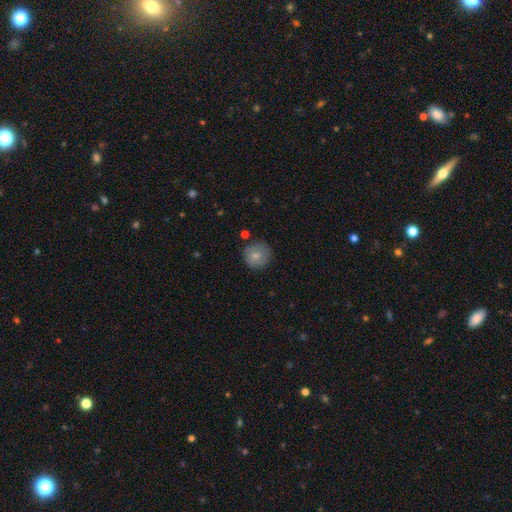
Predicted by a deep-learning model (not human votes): This is likely a smooth galaxy (76%). How rounded: clearly round (91%). Merging: likely none (79%).